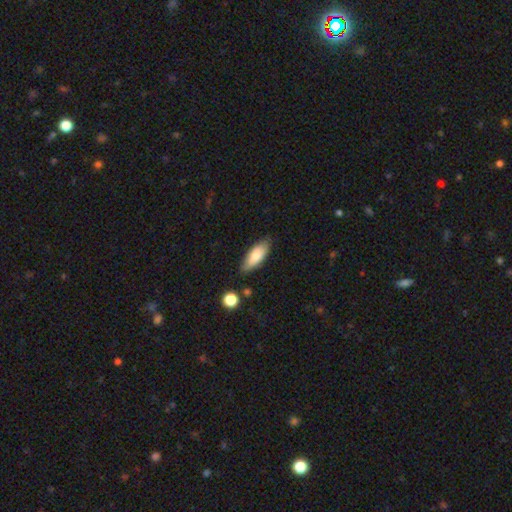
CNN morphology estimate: Smooth or featured? Predicted: smooth (p=0.78). How rounded? Predicted: in between (p=0.75). Merging? Predicted: none (p=0.78).